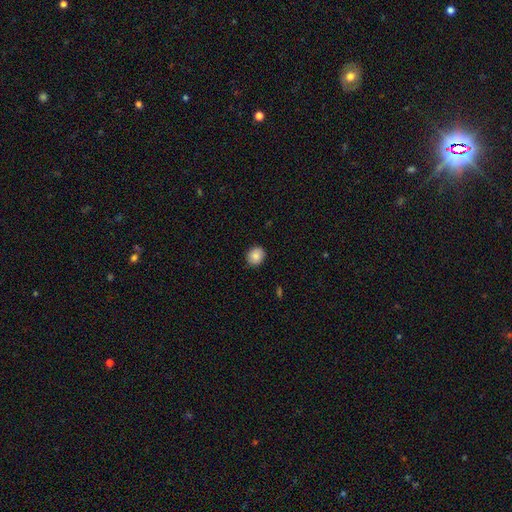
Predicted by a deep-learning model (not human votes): A smooth galaxy with no disk features (85%) that is round (74%). Merging: none (87%).